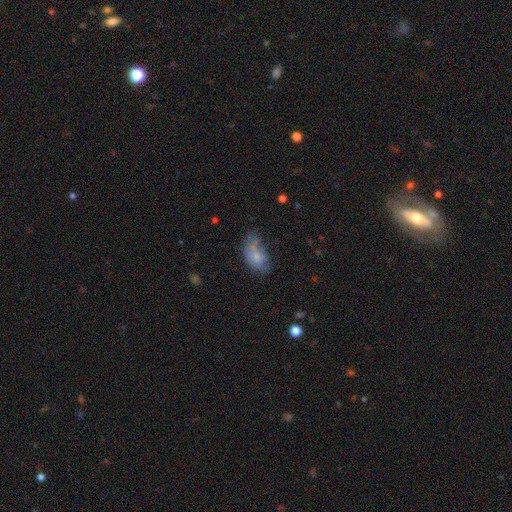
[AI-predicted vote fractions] Q: Smooth or featured?
A: smooth (69%); runner-up: featured or disk (22%)
Q: How rounded?
A: in between (90%); runner-up: round (7%)
Q: Merging?
A: minor disturbance (34%); runner-up: none (33%)